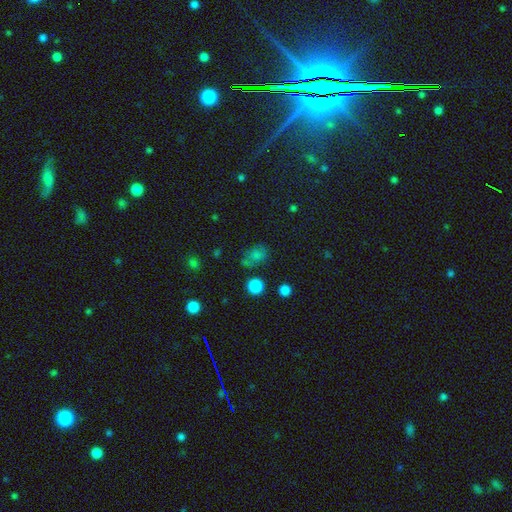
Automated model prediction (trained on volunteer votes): Smooth or featured: smooth — 71% (star or artifact — 20%)
How rounded: in between — 61% (round — 37%)
Merging: none — 59% (minor disturbance — 23%)